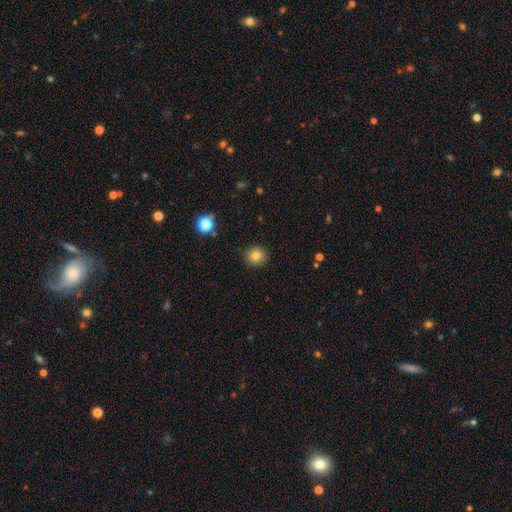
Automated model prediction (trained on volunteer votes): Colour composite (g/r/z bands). It shows a smooth galaxy with no disk features (82%) that is round (91%). Merging: none (91%).